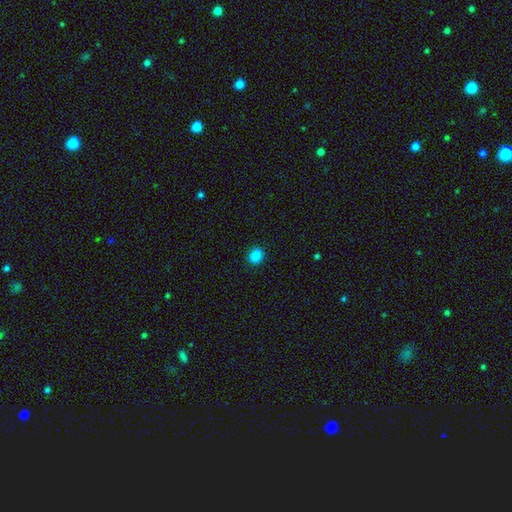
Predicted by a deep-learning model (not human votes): Smooth or featured: smooth — 86% (star or artifact — 12%)
How rounded: round — 65% (in between — 34%)
Merging: none — 89% (minor disturbance — 7%)